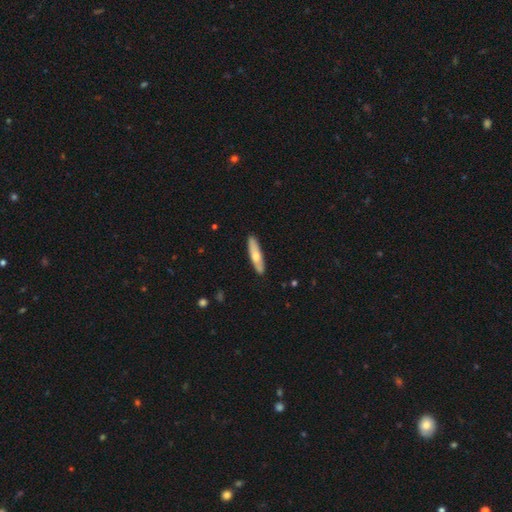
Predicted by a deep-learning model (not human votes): smooth_or_featured: smooth (p=0.62) [alt: featured or disk p=0.33]
how_rounded: cigar-shaped (p=0.78) [alt: in between p=0.20]
merging: none (p=0.88) [alt: minor disturbance p=0.09]